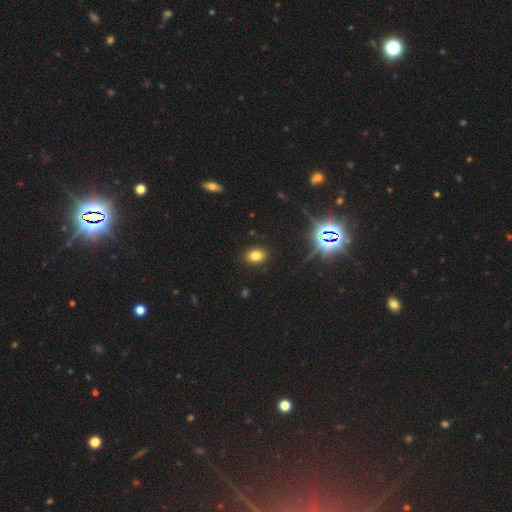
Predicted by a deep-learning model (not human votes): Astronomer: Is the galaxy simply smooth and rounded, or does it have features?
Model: smooth — 76%.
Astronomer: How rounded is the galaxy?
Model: in between — 74%.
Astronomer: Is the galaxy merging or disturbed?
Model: none — 89%.